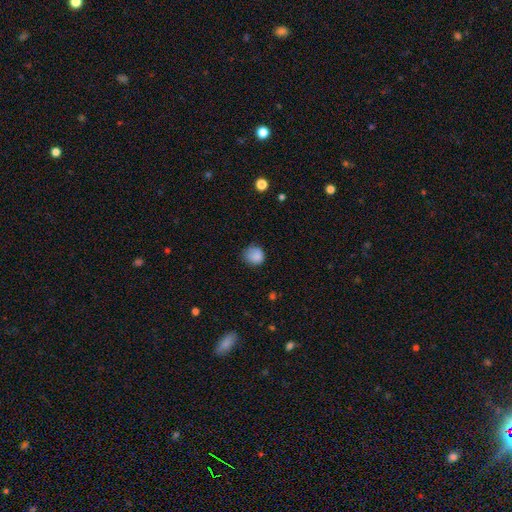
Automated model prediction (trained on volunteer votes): This is clearly a smooth galaxy (85%). How rounded: clearly round (83%). Merging: likely none (66%).